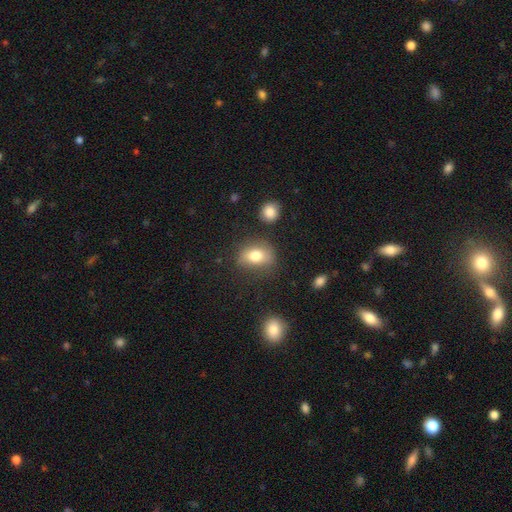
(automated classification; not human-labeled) Smooth or featured?
  - smooth: 76% *
  - featured or disk: 15%
  - star or artifact: 10%
How rounded?
  - in between: 67% *
  - round: 32%
  - cigar-shaped: 2%
Merging?
  - none: 70% *
  - minor disturbance: 19%
  - major disturbance: 7%
  - merger: 4%